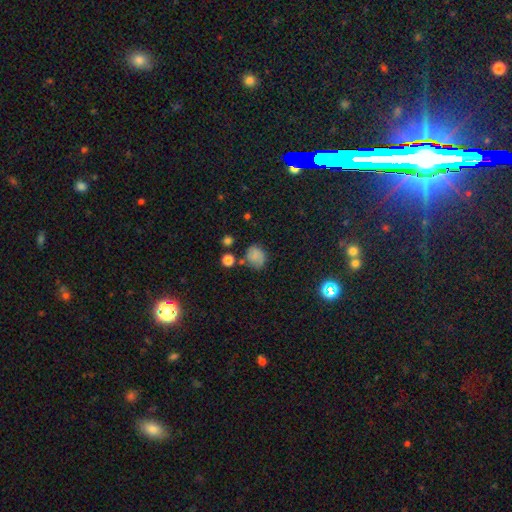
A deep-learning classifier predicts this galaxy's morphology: Overall: smooth (72%). How rounded: round (64%; in between 35%). Merging: none (63%).